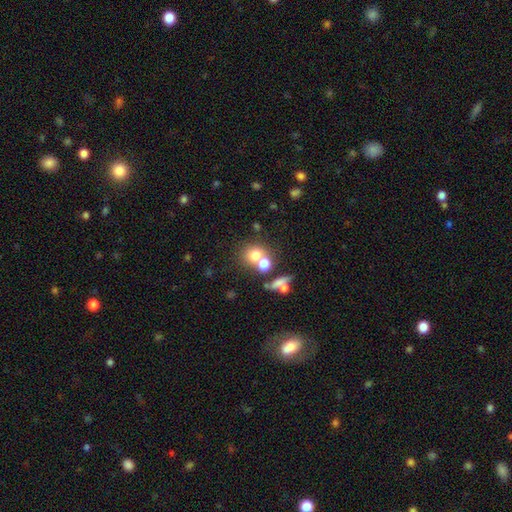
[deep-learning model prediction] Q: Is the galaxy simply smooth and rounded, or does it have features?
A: smooth — 70%.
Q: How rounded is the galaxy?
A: round — 75%.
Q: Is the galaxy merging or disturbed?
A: none — 44%.